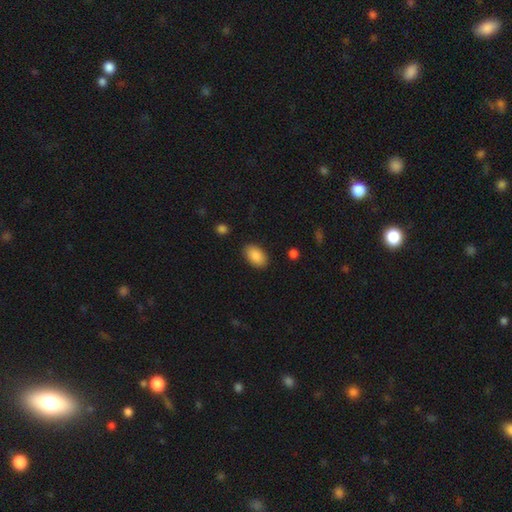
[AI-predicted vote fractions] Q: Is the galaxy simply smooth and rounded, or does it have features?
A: smooth — 88%.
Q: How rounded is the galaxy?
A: in between — 93%.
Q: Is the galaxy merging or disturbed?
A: none — 88%.